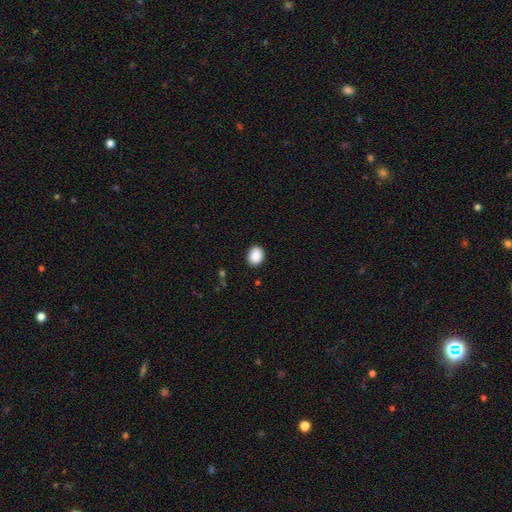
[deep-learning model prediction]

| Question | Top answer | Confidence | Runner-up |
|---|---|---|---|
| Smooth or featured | smooth | 89% | star or artifact (8%) |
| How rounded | round | 57% | in between (43%) |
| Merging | none | 89% | minor disturbance (8%) |